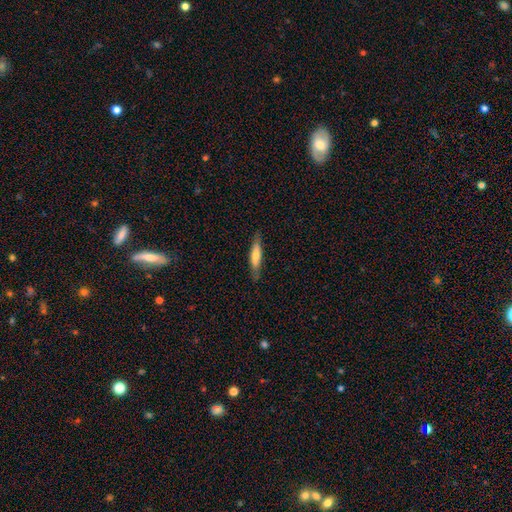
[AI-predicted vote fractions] Q: Smooth or featured?
A: smooth (64%); runner-up: featured or disk (30%)
Q: How rounded?
A: cigar-shaped (80%); runner-up: in between (19%)
Q: Merging?
A: none (82%); runner-up: minor disturbance (14%)